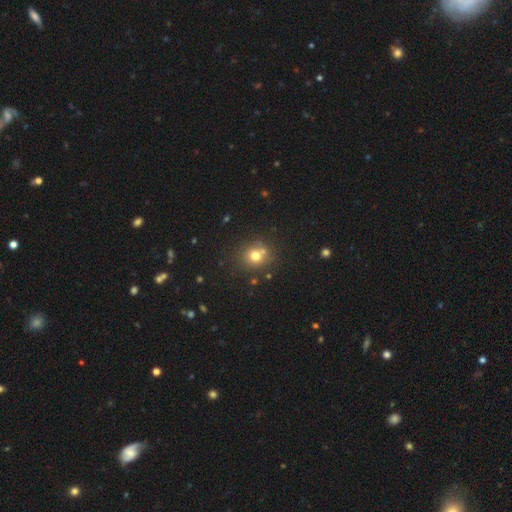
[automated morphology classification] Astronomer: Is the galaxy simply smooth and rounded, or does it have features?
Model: smooth — 71%.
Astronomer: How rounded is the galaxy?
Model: round — 80%.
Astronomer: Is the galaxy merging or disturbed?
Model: none — 67%.